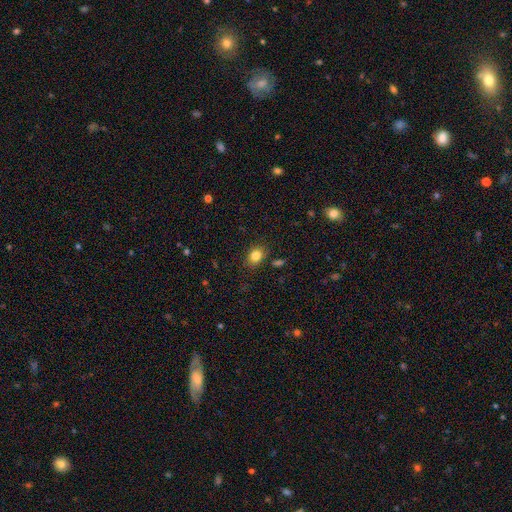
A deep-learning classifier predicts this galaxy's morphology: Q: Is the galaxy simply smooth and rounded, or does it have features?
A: smooth — 83%.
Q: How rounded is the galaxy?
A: in between — 57%.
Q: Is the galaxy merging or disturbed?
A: none — 83%.